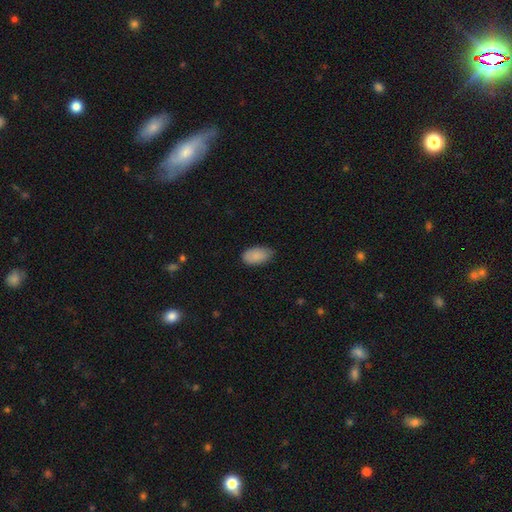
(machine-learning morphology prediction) This is clearly a smooth galaxy (88%). How rounded: clearly in between (94%). Merging: likely none (72%).